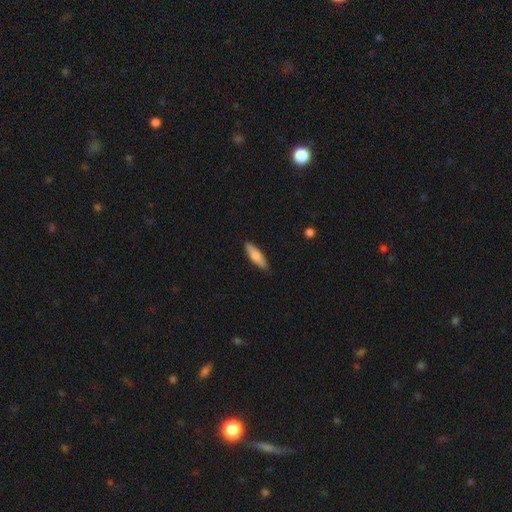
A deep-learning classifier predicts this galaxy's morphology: A smooth galaxy with no disk features (74%) that is cigar-shaped (61%).

Vote fractions:
- Smooth or featured? smooth: 74% / featured or disk: 21% / star or artifact: 5%
- How rounded? cigar-shaped: 61% / in between: 38% / round: 2%
- Merging? none: 88% / minor disturbance: 9% / major disturbance: 2% / merger: 1%